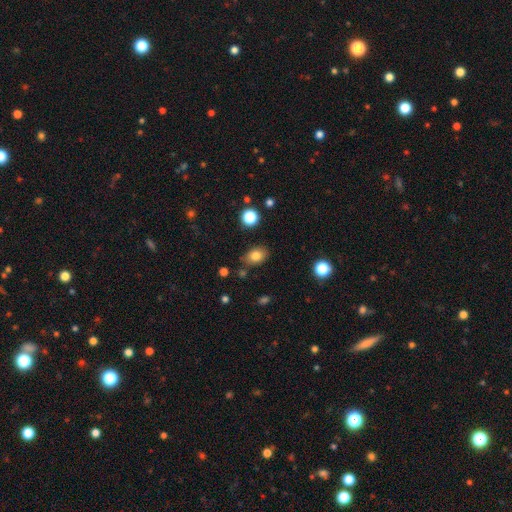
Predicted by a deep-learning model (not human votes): Smooth or featured? smooth (81%)
How rounded? in between (73%)
Merging? none (81%)